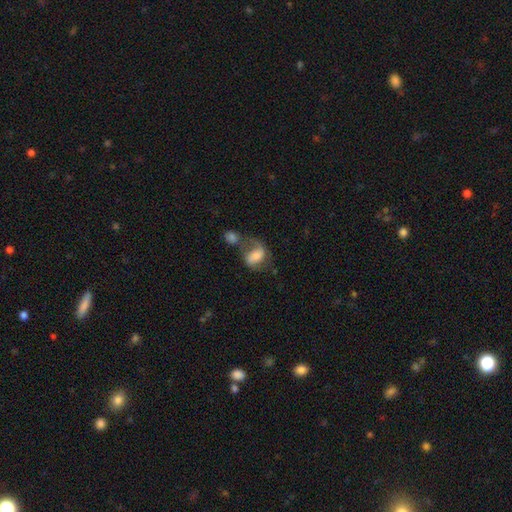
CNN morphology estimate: Smooth or featured? smooth (51%)
How rounded? in between (73%)
Merging? merger (43%)